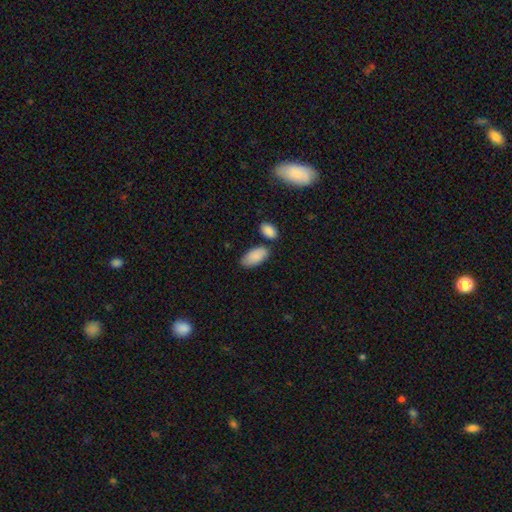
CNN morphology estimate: Smooth or featured: smooth — 88% (star or artifact — 6%)
How rounded: in between — 94% (cigar-shaped — 4%)
Merging: none — 70% (minor disturbance — 16%)